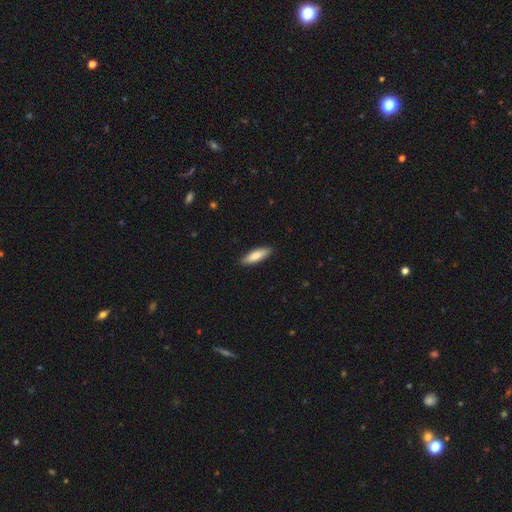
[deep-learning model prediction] Smooth or featured? smooth (80%)
How rounded? cigar-shaped (55%)
Merging? none (89%)